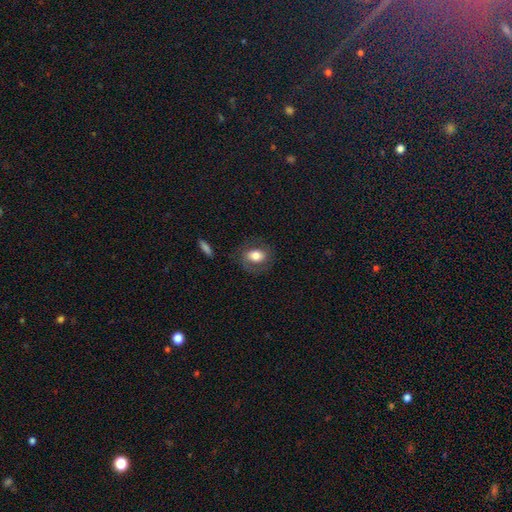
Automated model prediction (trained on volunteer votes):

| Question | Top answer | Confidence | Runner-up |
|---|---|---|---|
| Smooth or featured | smooth | 65% | featured or disk (27%) |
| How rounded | in between | 66% | round (32%) |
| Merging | none | 72% | minor disturbance (16%) |